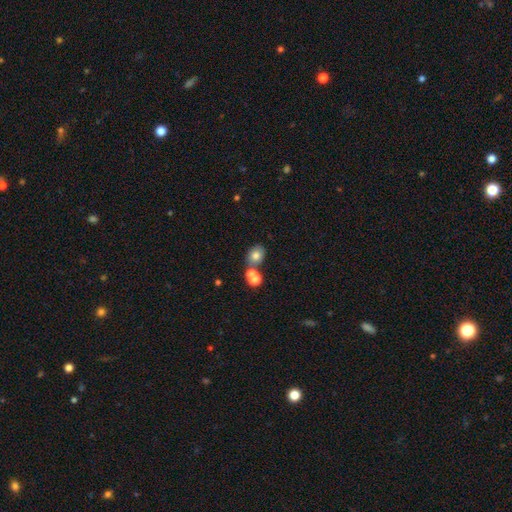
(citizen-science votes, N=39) Q: Smooth or featured?
A: smooth (67%); runner-up: featured or disk (23%)
Q: How rounded?
A: in between (100%)
Q: Merging?
A: none (63%); runner-up: merger (26%)